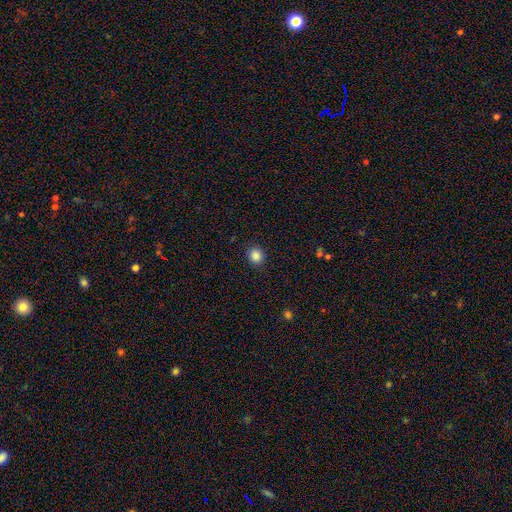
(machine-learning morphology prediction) A smooth galaxy with no disk features (87%) that is round (82%).

Vote fractions:
- Smooth or featured? smooth: 87% / star or artifact: 10% / featured or disk: 3%
- How rounded? round: 82% / in between: 17% / cigar-shaped: 1%
- Merging? none: 90% / minor disturbance: 7% / major disturbance: 2% / merger: 1%